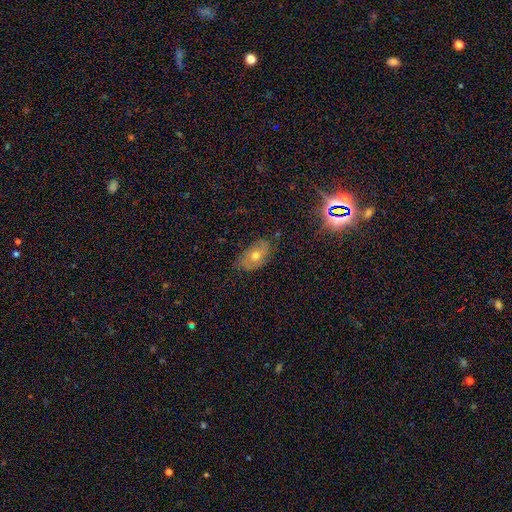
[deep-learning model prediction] smooth 51%, featured or disk 33%, star or artifact 16%. Down the decision tree: how rounded — in between (89%); merging — none (73%).